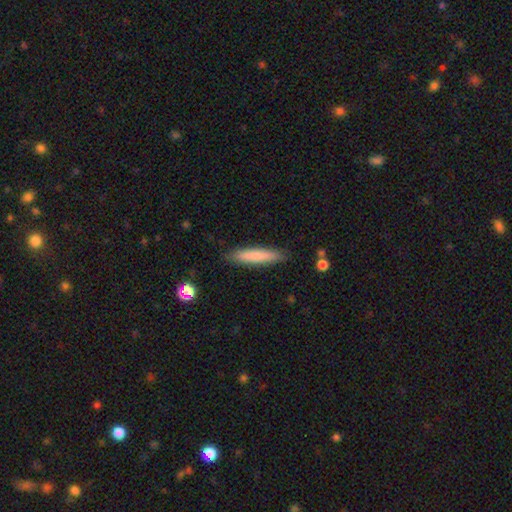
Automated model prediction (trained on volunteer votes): Q: Smooth or featured?
A: smooth (80%); runner-up: featured or disk (14%)
Q: How rounded?
A: cigar-shaped (89%); runner-up: in between (10%)
Q: Merging?
A: none (88%); runner-up: minor disturbance (9%)